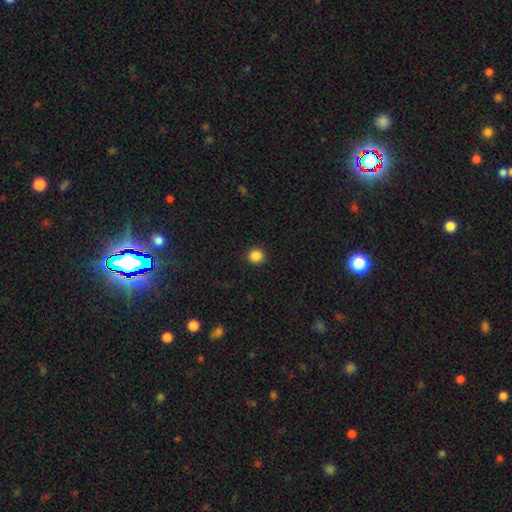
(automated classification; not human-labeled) smooth_or_featured: smooth (p=0.86) [alt: star or artifact p=0.11]
how_rounded: round (p=0.93) [alt: in between p=0.06]
merging: none (p=0.92) [alt: minor disturbance p=0.05]